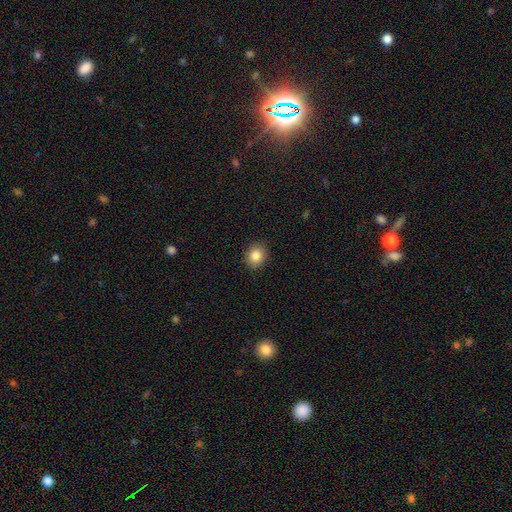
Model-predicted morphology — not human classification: smooth-or-featured: smooth: 84% | star or artifact: 10% | featured or disk: 6%
  how-rounded: round: 75% | in between: 24% | cigar-shaped: 1%
  merging: none: 91% | minor disturbance: 7% | major disturbance: 2% | merger: 1%